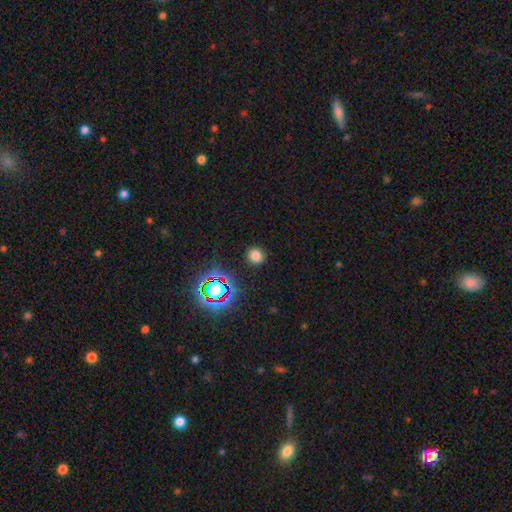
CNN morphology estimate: This appears to be a smooth galaxy with no disk features (74%) that is round (82%). Merging: none (89%).